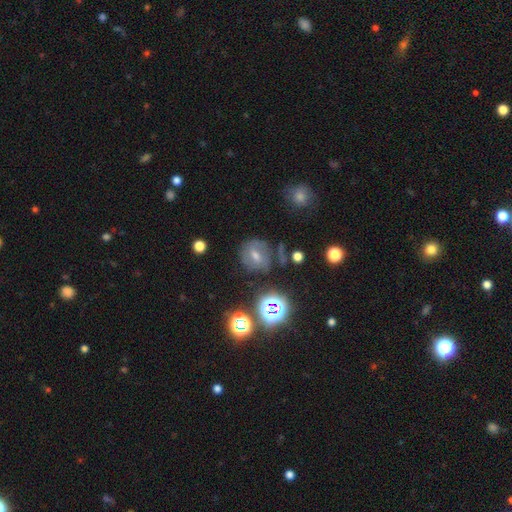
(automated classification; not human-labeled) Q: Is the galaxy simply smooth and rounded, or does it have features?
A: featured or disk — 42%.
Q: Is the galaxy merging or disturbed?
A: none — 71%.